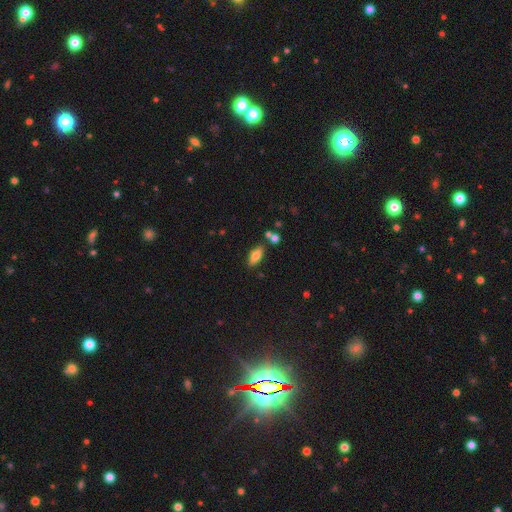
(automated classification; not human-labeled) smooth 80%, featured or disk 11%, star or artifact 8%. Down the decision tree: how rounded — in between (83%); merging — none (79%).